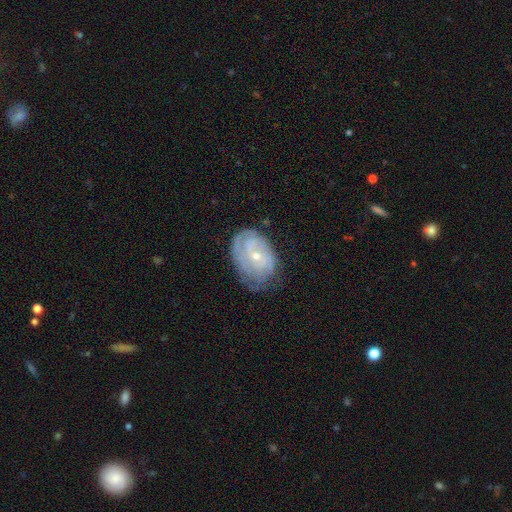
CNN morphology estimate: smooth-or-featured: featured or disk: 73% | smooth: 20% | star or artifact: 7%
  disk-edge-on: no: 96% | yes: 4%
    bar: no: 71% | weak: 24% | strong: 5%
    has-spiral-arms: yes: 83% | no: 17%
      spiral-winding: tight: 70% | medium: 22% | loose: 8%
      spiral-arm-count: can't tell: 52% | 2: 21% | 3: 11% | 1: 6% | 4: 6% | more than 4: 4%
    bulge-size: small: 68% | moderate: 29% | none: 1% | large: 1% | dominant: 1%
  merging: none: 62% | minor disturbance: 26% | major disturbance: 11% | merger: 2%